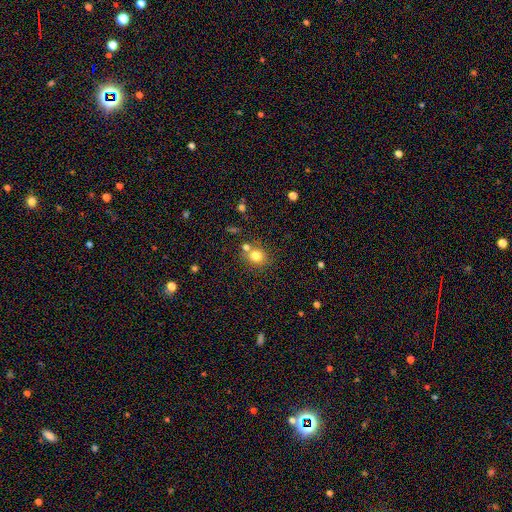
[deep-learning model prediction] This appears to be a smooth galaxy with no disk features (78%) that is round (73%). Merging: none (66%).